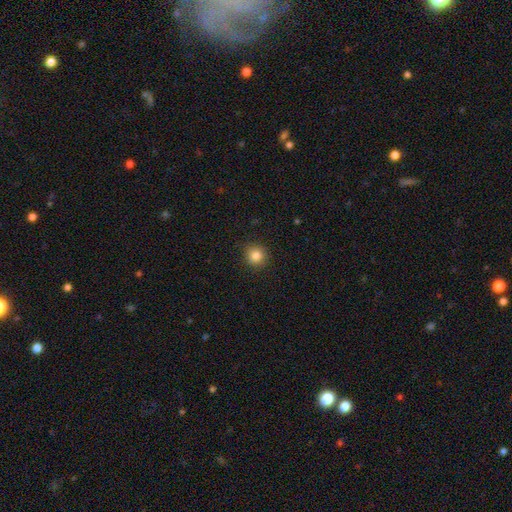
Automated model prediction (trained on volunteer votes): smooth 83%, star or artifact 12%, featured or disk 5%. Down the decision tree: how rounded — round (92%); merging — none (90%).